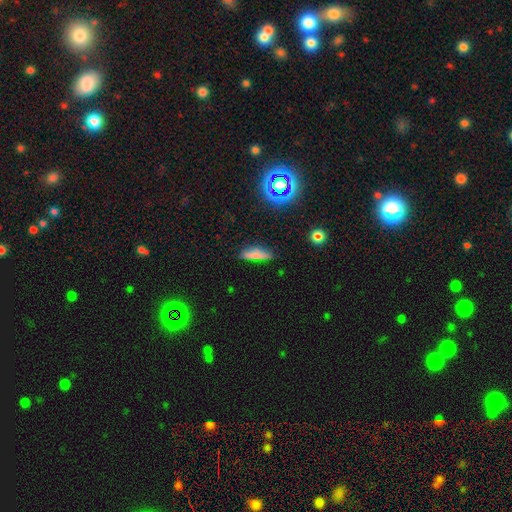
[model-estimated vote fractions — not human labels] Q: Smooth or featured?
A: smooth (66%); runner-up: star or artifact (21%)
Q: How rounded?
A: in between (50%); runner-up: cigar-shaped (45%)
Q: Merging?
A: none (77%); runner-up: minor disturbance (16%)